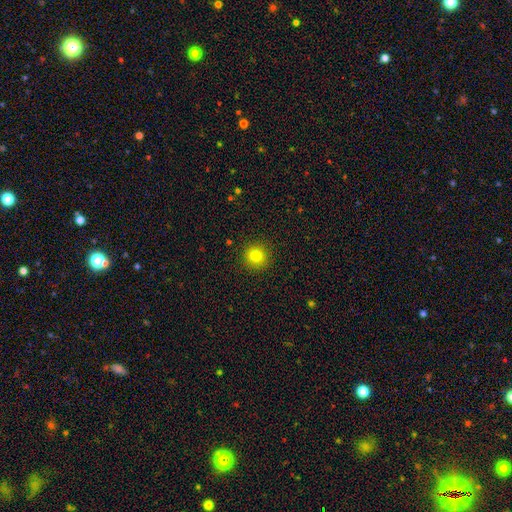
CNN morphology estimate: Overall: smooth (80%). How rounded: round (94%). Merging: none (92%).